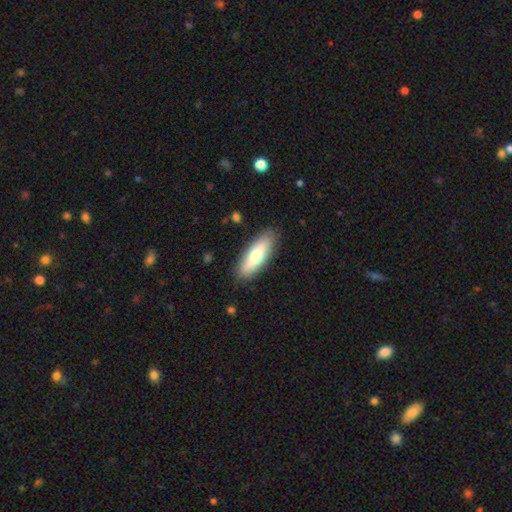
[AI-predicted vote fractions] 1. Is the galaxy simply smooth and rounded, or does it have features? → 66% smooth, 28% featured or disk, 6% star or artifact.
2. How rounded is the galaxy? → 62% in between, 36% cigar-shaped, 2% round.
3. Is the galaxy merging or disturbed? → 87% none, 9% minor disturbance, 2% major disturbance, 1% merger.